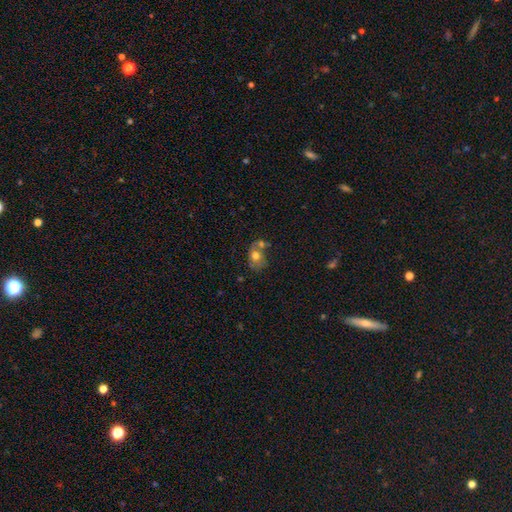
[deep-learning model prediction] smooth_or_featured: smooth (p=0.61) [alt: featured or disk p=0.29]
how_rounded: in between (p=0.63) [alt: round p=0.36]
merging: merger (p=0.40) [alt: none p=0.31]